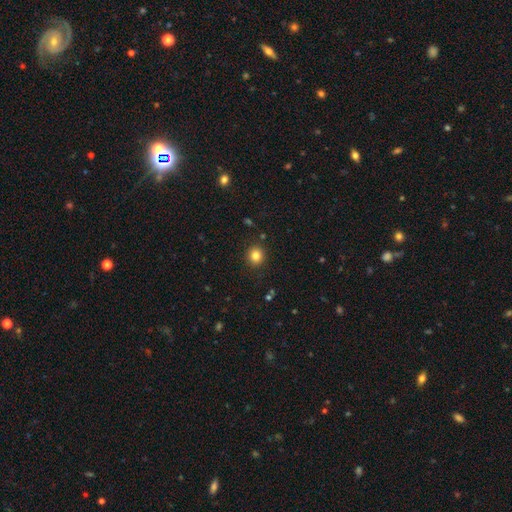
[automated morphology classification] Q: Smooth or featured?
A: smooth (82%); runner-up: star or artifact (12%)
Q: How rounded?
A: round (85%); runner-up: in between (14%)
Q: Merging?
A: none (90%); runner-up: minor disturbance (7%)